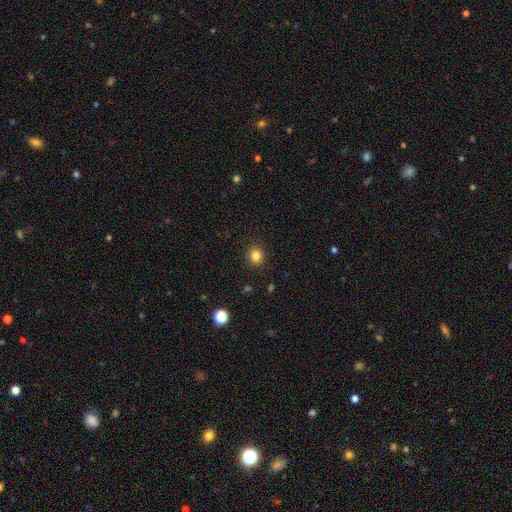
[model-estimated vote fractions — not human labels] Q: Smooth or featured?
A: smooth (84%); runner-up: star or artifact (12%)
Q: How rounded?
A: round (75%); runner-up: in between (24%)
Q: Merging?
A: none (90%); runner-up: minor disturbance (7%)